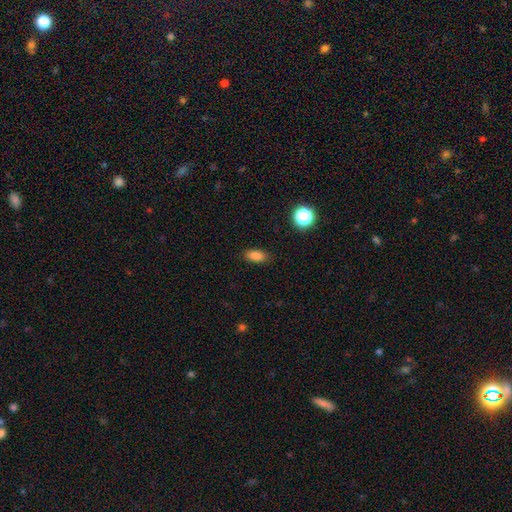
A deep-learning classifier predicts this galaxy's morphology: Smooth or featured? Predicted: smooth (p=0.83). How rounded? Predicted: in between (p=0.86). Merging? Predicted: none (p=0.88).